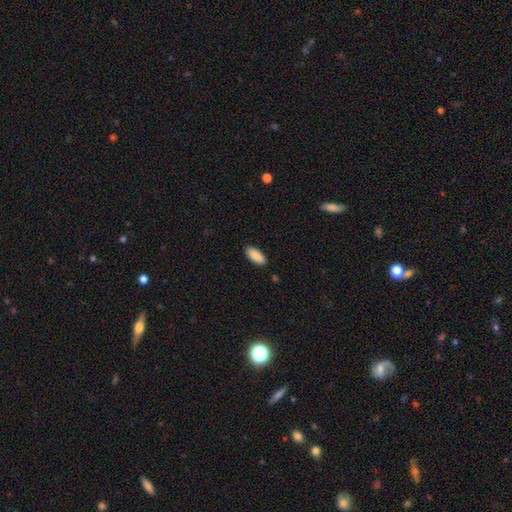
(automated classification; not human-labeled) Q: Smooth or featured?
A: smooth (90%); runner-up: star or artifact (6%)
Q: How rounded?
A: in between (82%); runner-up: cigar-shaped (16%)
Q: Merging?
A: none (88%); runner-up: minor disturbance (9%)